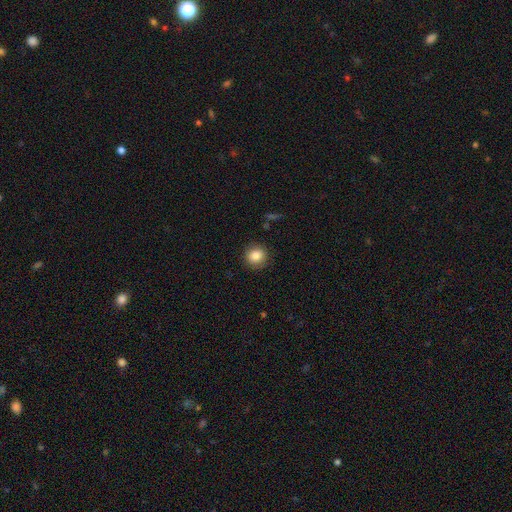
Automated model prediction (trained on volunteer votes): Smooth or featured? Predicted: smooth (p=0.84). How rounded? Predicted: round (p=0.88). Merging? Predicted: none (p=0.88).